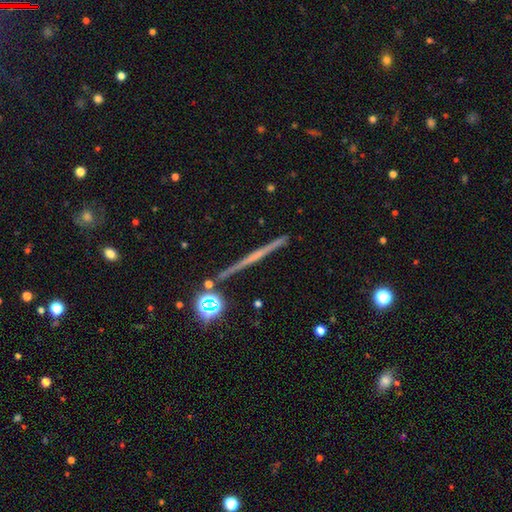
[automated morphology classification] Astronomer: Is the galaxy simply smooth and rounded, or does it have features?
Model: featured or disk — 68%.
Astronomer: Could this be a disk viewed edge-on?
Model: yes — 98%.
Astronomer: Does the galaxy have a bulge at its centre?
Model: none — 73%.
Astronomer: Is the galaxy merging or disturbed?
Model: none — 90%.